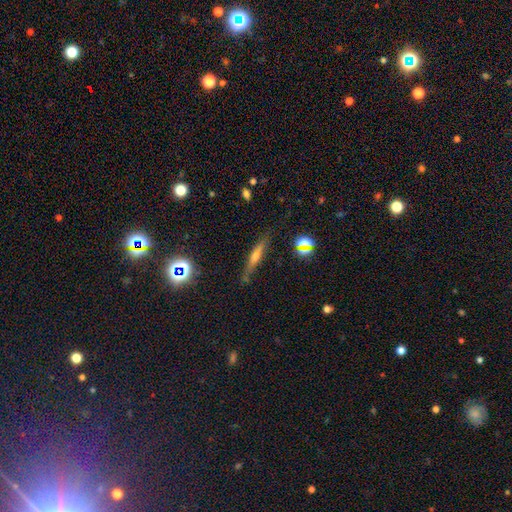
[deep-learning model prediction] This appears to be a featured or disk galaxy (56%) viewed edge-on (93%) with a rounded central bulge (76%). Merging: none (82%).